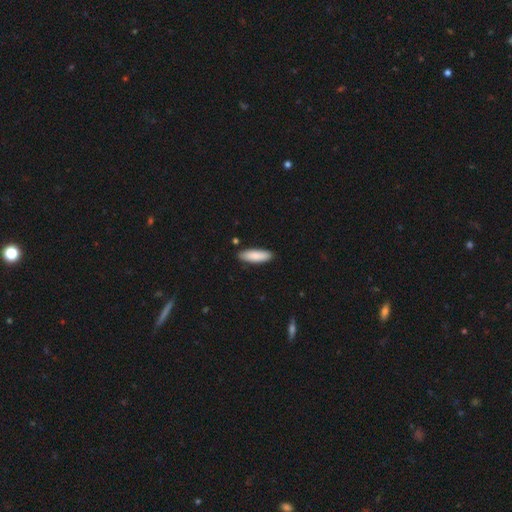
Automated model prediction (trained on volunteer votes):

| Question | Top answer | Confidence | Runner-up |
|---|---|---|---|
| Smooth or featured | smooth | 86% | featured or disk (9%) |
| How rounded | cigar-shaped | 50% | in between (48%) |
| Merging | none | 88% | minor disturbance (9%) |